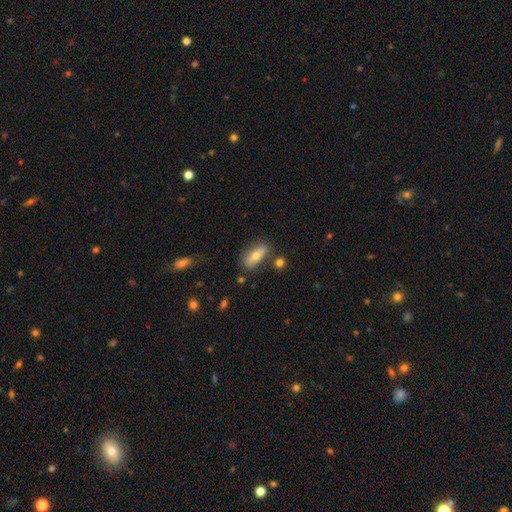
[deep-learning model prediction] smooth-or-featured: smooth: 67% | featured or disk: 25% | star or artifact: 8%
  how-rounded: in between: 70% | cigar-shaped: 26% | round: 4%
  merging: none: 76% | minor disturbance: 15% | merger: 6% | major disturbance: 4%